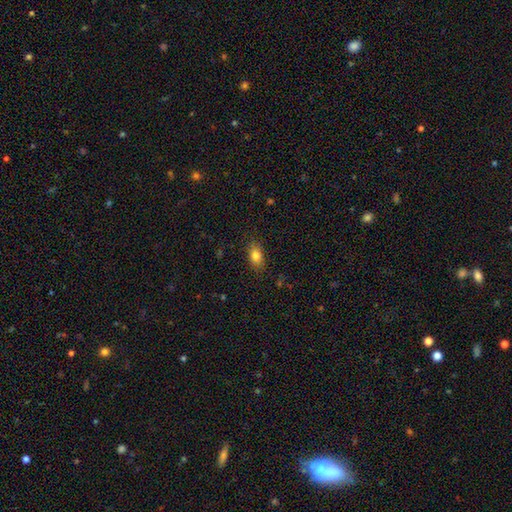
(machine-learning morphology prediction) The model was most divided on "how rounded": in between: 84%, round: 13%, cigar-shaped: 3%. More confident: merging — none (85%); smooth or featured — smooth (83%).